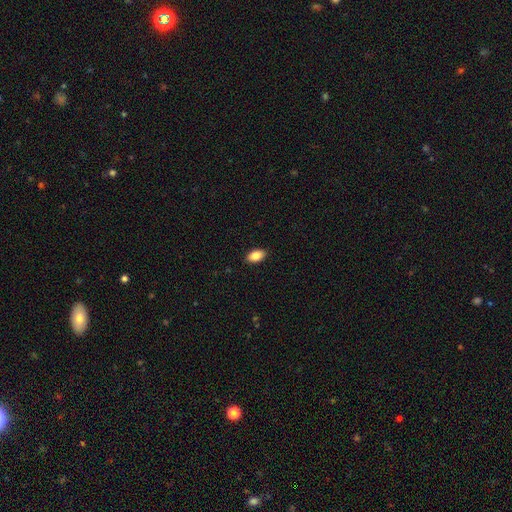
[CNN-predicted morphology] Smooth or featured? smooth (85%)
How rounded? in between (92%)
Merging? none (90%)